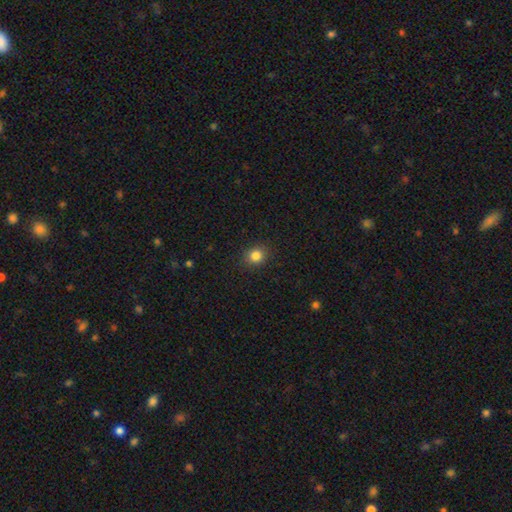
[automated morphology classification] type=smooth (83%); roundness=round (79%); merging=none (90%).